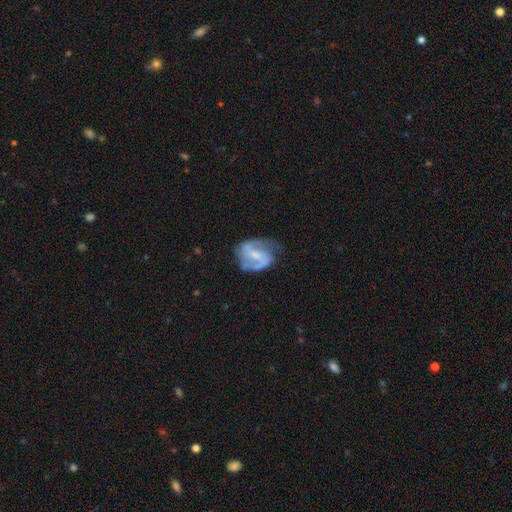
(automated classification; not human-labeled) This appears to be a featured or disk galaxy (82%) with a weak bar (50%), 2 (82%) medium (50%) spiral arms (92%) and a small central bulge (45%). Merging: none (59%).